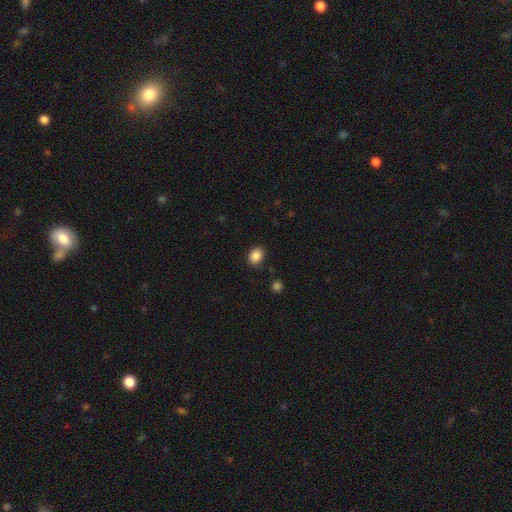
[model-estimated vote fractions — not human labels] Morphology: type=smooth (86%); roundness=in between (53%); merging=none (86%).